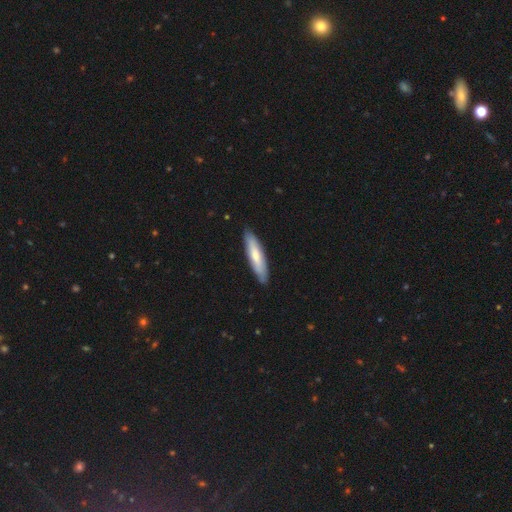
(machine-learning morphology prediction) The model was most divided on "smooth or featured": smooth: 68%, featured or disk: 27%, star or artifact: 5%. More confident: merging — none (87%); how rounded — cigar-shaped (76%).